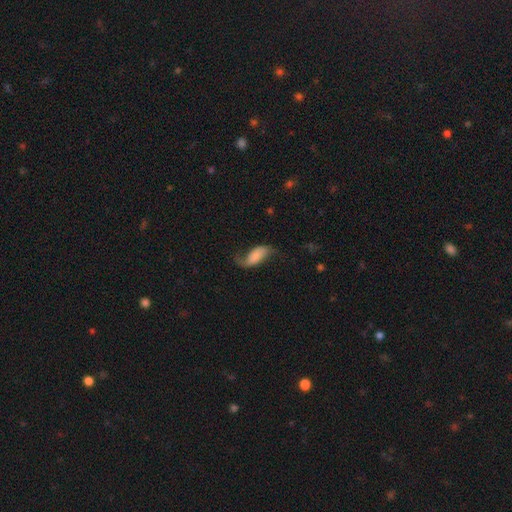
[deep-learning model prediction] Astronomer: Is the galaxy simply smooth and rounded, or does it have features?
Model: featured or disk — 57% (runner-up: smooth, 34%).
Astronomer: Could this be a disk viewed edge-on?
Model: no — 94%.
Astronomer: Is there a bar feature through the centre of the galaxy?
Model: no — 55%.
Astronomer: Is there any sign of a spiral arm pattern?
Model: yes — 91%.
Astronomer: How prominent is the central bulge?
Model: none — 39% (runner-up: small, 24%).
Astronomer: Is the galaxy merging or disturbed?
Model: none — 55%.